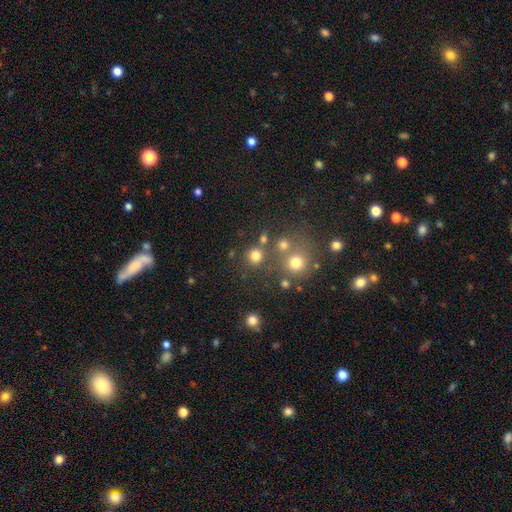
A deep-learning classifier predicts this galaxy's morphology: This is likely a smooth galaxy (77%). How rounded: clearly round (92%). Merging: likely none (75%).